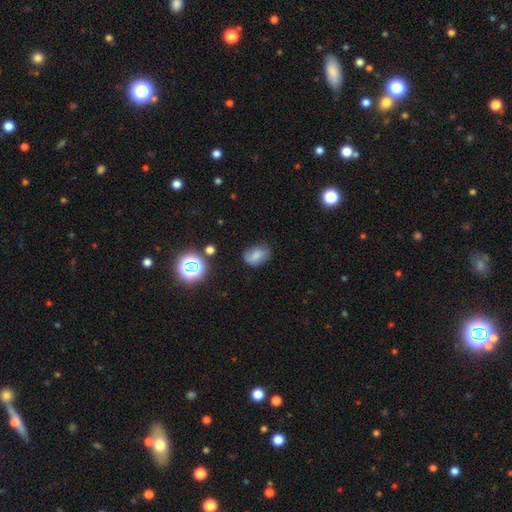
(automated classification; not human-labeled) A smooth galaxy with no disk features (71%) that is in between round and cigar-shaped (80%). Merging: none (66%).